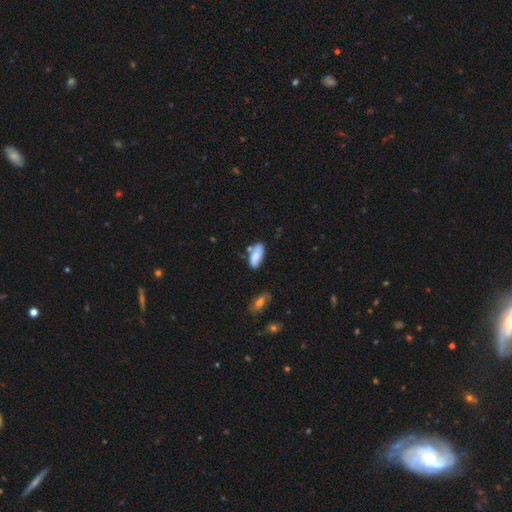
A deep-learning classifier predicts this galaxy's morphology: The model was most divided on "merging": none: 65%, minor disturbance: 20%, merger: 11%, major disturbance: 4%. More confident: how rounded — in between (80%); smooth or featured — smooth (79%).